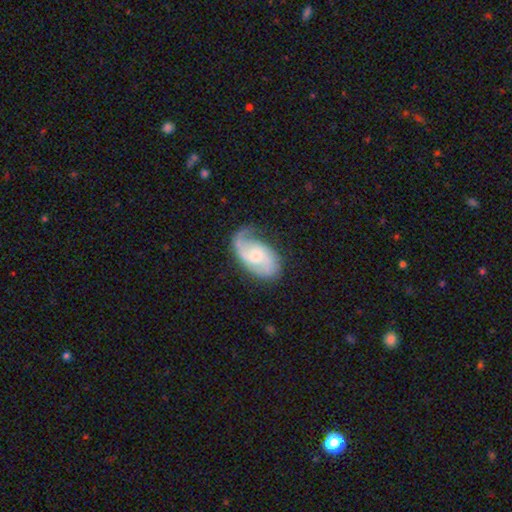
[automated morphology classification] smooth-or-featured: featured or disk: 79% | smooth: 16% | star or artifact: 5%
  disk-edge-on: no: 96% | yes: 4%
    bar: no: 56% | weak: 38% | strong: 6%
    has-spiral-arms: yes: 95% | no: 5%
      spiral-winding: medium: 45% | loose: 33% | tight: 23%
      spiral-arm-count: 2: 76% | 1: 12% | can't tell: 8% | 3: 3% | 4: 1% | more than 4: 1%
    bulge-size: moderate: 51% | small: 40% | large: 4% | none: 3% | dominant: 1%
  merging: none: 64% | minor disturbance: 24% | major disturbance: 11% | merger: 2%